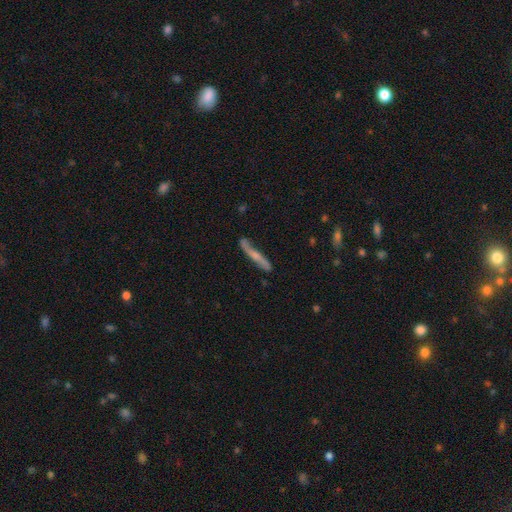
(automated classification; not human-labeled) Q: Smooth or featured?
A: featured or disk (59%); runner-up: smooth (35%)
Q: Edge-on disk?
A: yes (65%); runner-up: no (35%)
Q: Merging?
A: none (70%); runner-up: minor disturbance (21%)